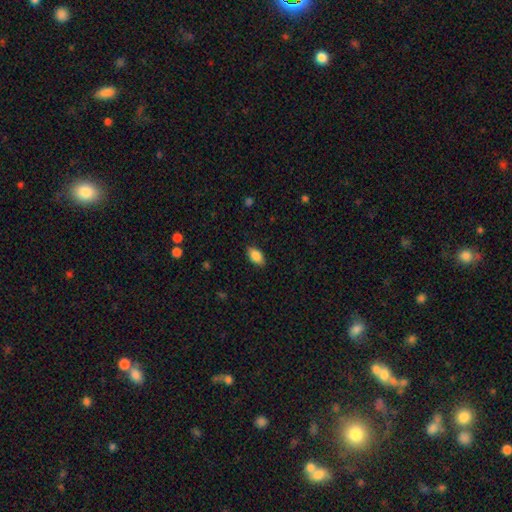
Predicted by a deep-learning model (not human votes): Smooth or featured? Predicted: smooth (p=0.88). How rounded? Predicted: in between (p=0.92). Merging? Predicted: none (p=0.86).